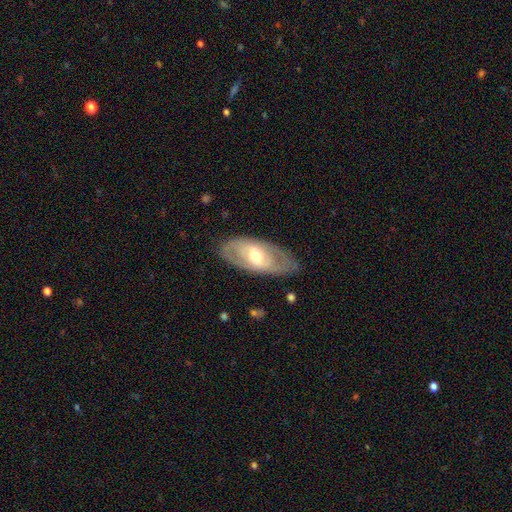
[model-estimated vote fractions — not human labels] A featured or disk galaxy (63%) with no bar (42%), spiral arms (50%, tied with no) and a moderate central bulge (66%). Merging: none (78%).